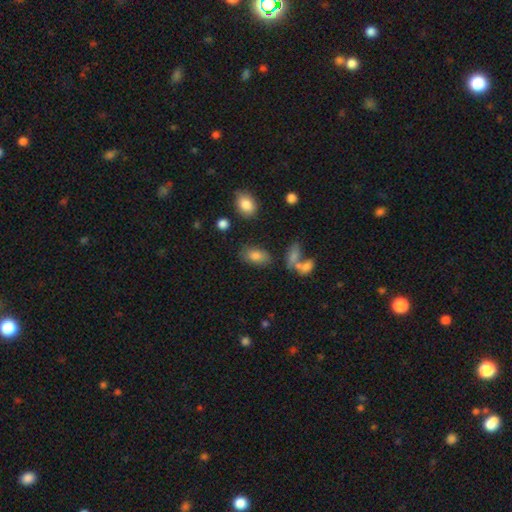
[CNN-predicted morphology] The model was most divided on "merging": none: 68%, minor disturbance: 17%, merger: 9%, major disturbance: 6%. More confident: how rounded — in between (91%); smooth or featured — smooth (81%).